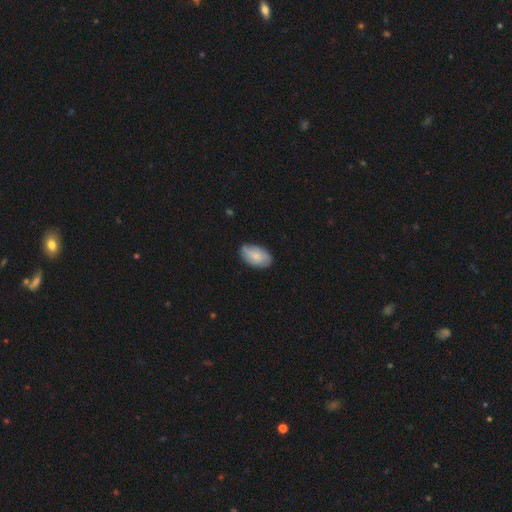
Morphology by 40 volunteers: Smooth or featured?
  - smooth: 68% *
  - featured or disk: 25%
  - star or artifact: 8%
How rounded?
  - in between: 96% *
  - round: 4%
  - cigar-shaped: 0%
Merging?
  - none: 59% *
  - minor disturbance: 27%
  - major disturbance: 11%
  - merger: 3%